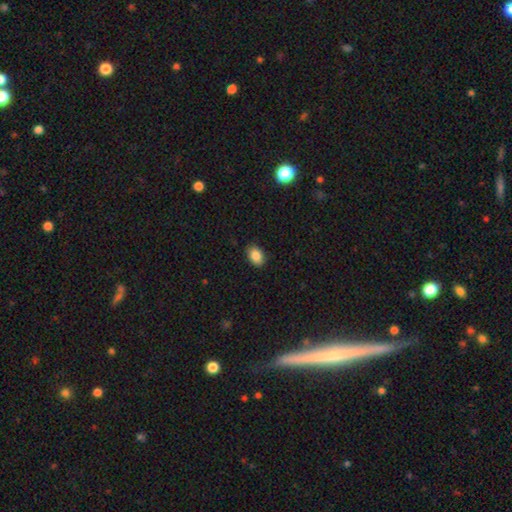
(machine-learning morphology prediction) This is clearly a smooth galaxy (87%). How rounded: clearly in between (81%). Merging: clearly none (89%).